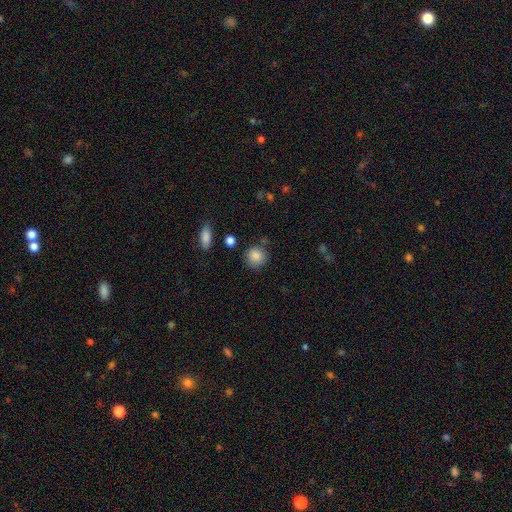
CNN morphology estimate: Smooth or featured? Predicted: smooth (p=0.86). How rounded? Predicted: round (p=0.85). Merging? Predicted: none (p=0.77).